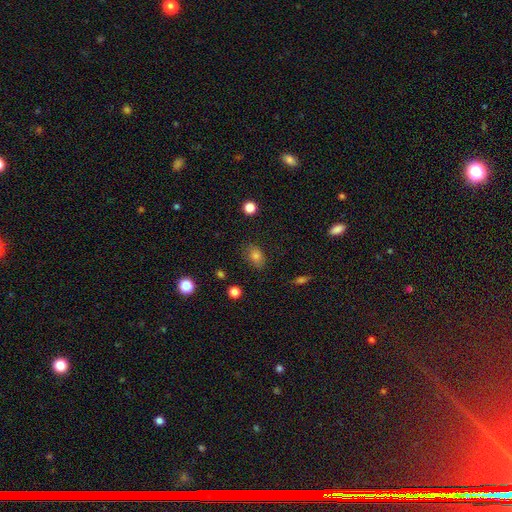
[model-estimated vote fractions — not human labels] Smooth or featured?
  - smooth: 78% *
  - star or artifact: 13%
  - featured or disk: 10%
How rounded?
  - in between: 75% *
  - round: 23%
  - cigar-shaped: 2%
Merging?
  - none: 78% *
  - minor disturbance: 16%
  - major disturbance: 4%
  - merger: 1%